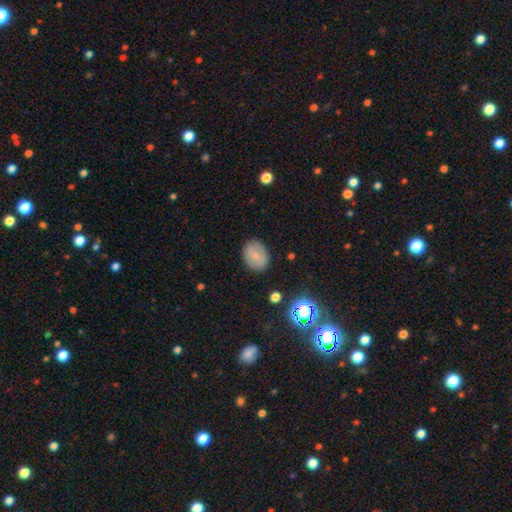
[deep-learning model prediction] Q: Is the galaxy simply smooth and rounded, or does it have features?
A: smooth — 72%.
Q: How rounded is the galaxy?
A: in between — 54%.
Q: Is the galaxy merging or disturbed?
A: none — 86%.